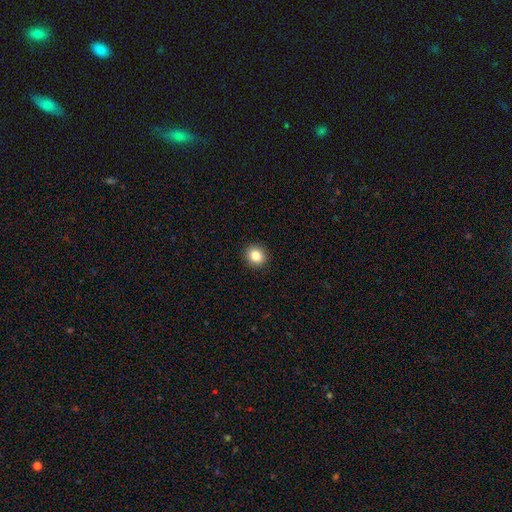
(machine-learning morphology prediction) Smooth or featured: smooth — 85% (star or artifact — 10%)
How rounded: round — 83% (in between — 16%)
Merging: none — 92% (minor disturbance — 5%)